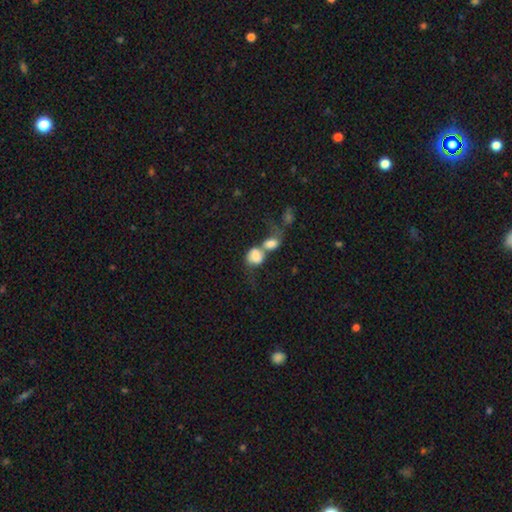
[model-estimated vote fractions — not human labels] Smooth or featured?
  - smooth: 68% *
  - featured or disk: 22%
  - star or artifact: 10%
How rounded?
  - in between: 54% *
  - round: 44%
  - cigar-shaped: 2%
Merging?
  - merger: 71% *
  - none: 12%
  - major disturbance: 11%
  - minor disturbance: 6%